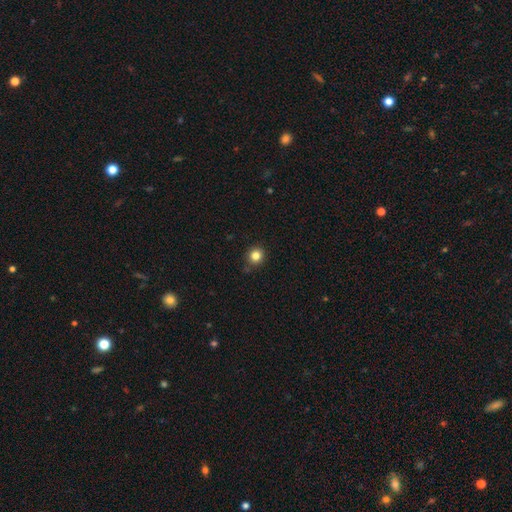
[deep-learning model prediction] The model was most divided on "smooth or featured": smooth: 82%, star or artifact: 13%, featured or disk: 5%. More confident: how rounded — round (90%); merging — none (85%).